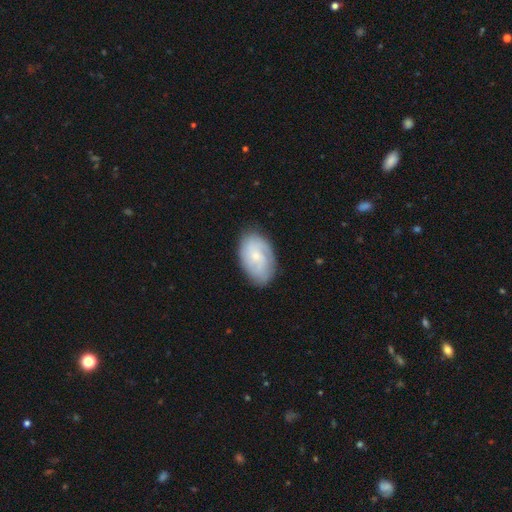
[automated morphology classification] featured or disk 51%, smooth 43%, star or artifact 6%. Down the decision tree: edge-on disk — no (95%); merging — none (76%).